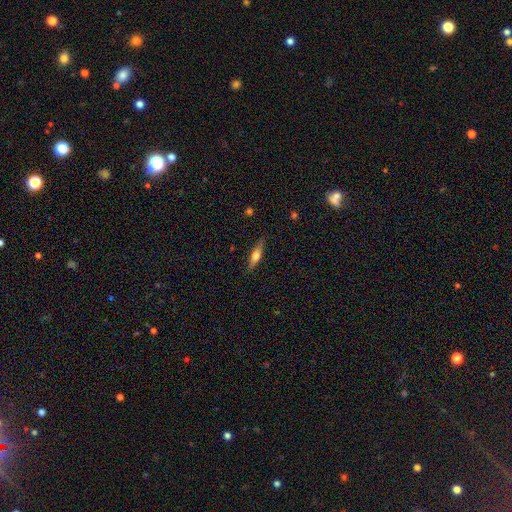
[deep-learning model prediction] Smooth or featured? smooth (48%)
Merging? none (86%)